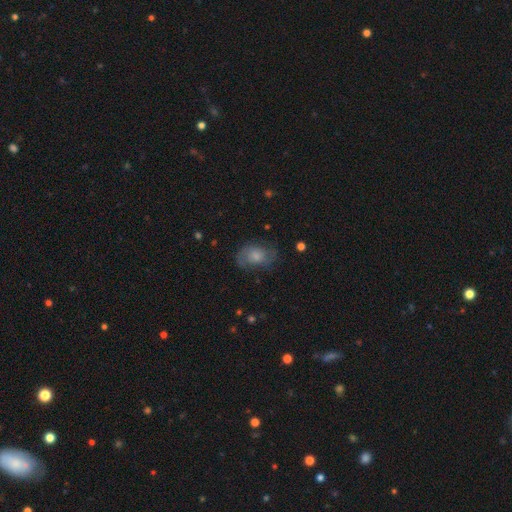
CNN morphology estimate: A featured or disk galaxy (45%, tied with smooth). Merging: none (62%).